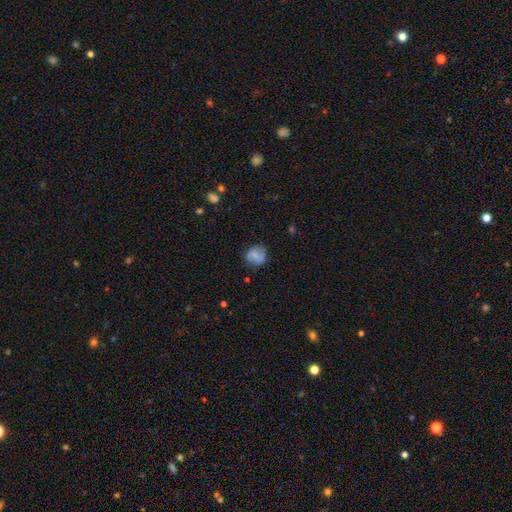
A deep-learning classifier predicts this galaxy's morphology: type=smooth (67%); roundness=round (75%); merging=none (69%).